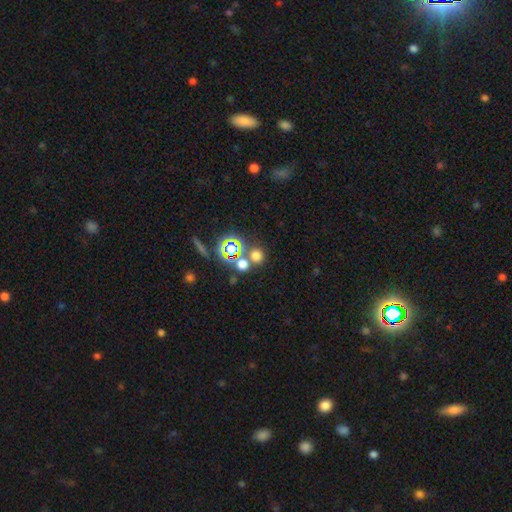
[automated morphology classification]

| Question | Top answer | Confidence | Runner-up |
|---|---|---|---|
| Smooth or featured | smooth | 65% | star or artifact (27%) |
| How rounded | round | 85% | in between (13%) |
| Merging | none | 65% | merger (24%) |